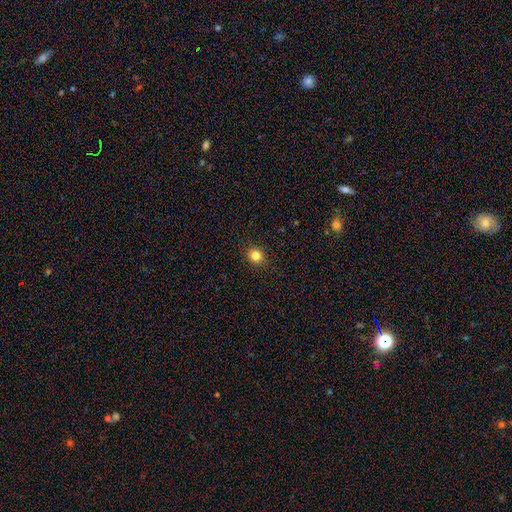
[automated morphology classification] Overall: smooth (82%). How rounded: round (78%). Merging: none (91%).